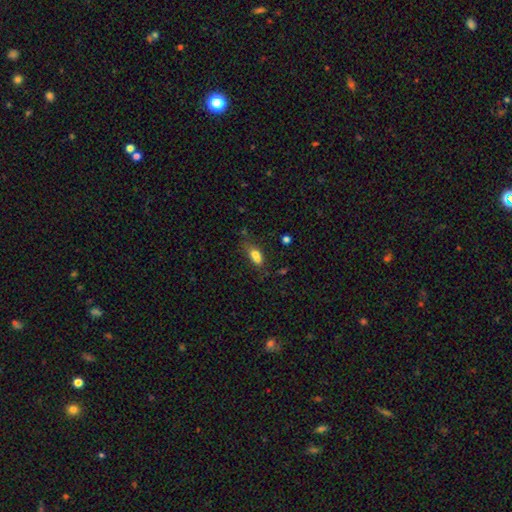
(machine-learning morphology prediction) This appears to be a smooth galaxy with no disk features (71%) that is in between round and cigar-shaped (74%). Merging: merger (41%).